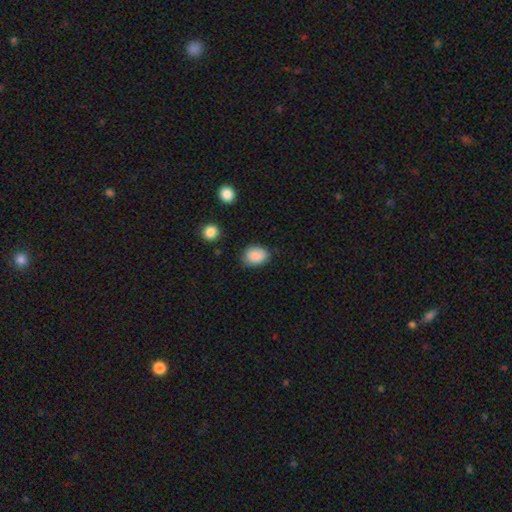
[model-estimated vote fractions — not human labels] smooth-or-featured: smooth: 88% | star or artifact: 8% | featured or disk: 4%
  how-rounded: in between: 67% | round: 32% | cigar-shaped: 1%
  merging: none: 76% | minor disturbance: 19% | major disturbance: 4% | merger: 2%